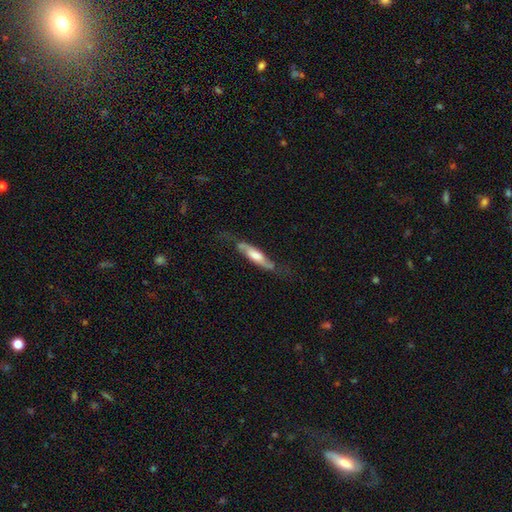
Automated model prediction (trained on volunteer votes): smooth_or_featured: featured or disk (p=0.60) [alt: smooth p=0.35]
disk_edge_on: no (p=0.58) [alt: yes p=0.42]
merging: none (p=0.59) [alt: minor disturbance p=0.24]